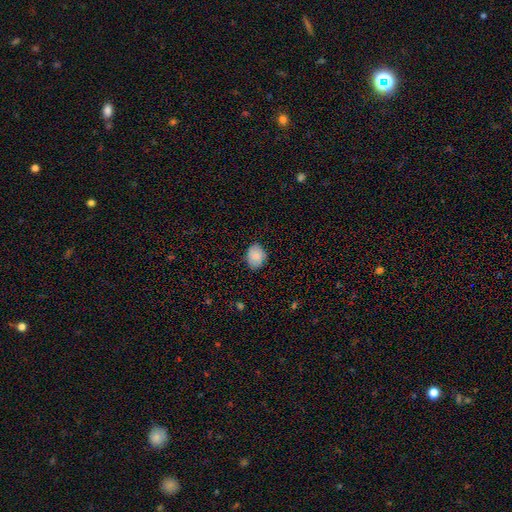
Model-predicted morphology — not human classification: type=smooth (84%); roundness=in between (54%); merging=none (81%).